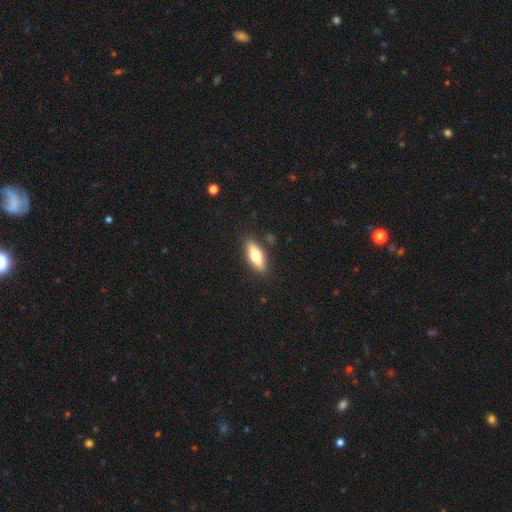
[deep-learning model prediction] This is likely a smooth galaxy (68%). How rounded: likely in between (63%). Merging: clearly none (86%).